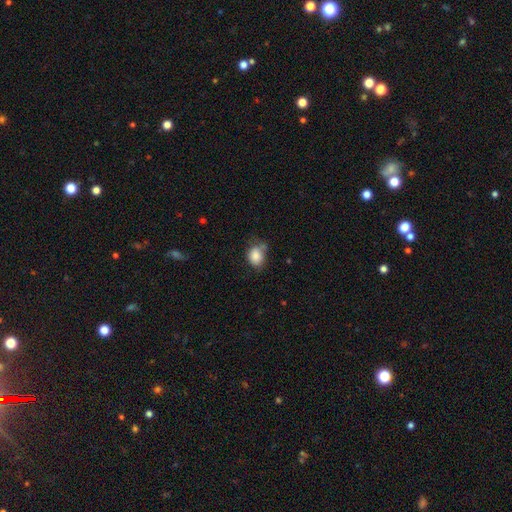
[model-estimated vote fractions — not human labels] Smooth or featured? smooth (85%)
How rounded? in between (53%)
Merging? none (53%)